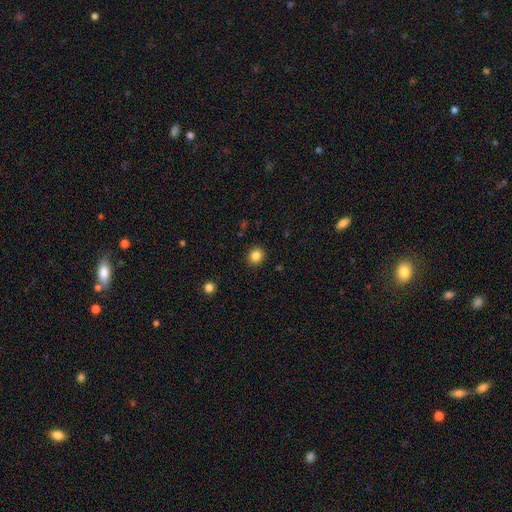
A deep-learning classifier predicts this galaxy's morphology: Smooth or featured?
  - smooth: 84% *
  - star or artifact: 11%
  - featured or disk: 5%
How rounded?
  - round: 86% *
  - in between: 13%
  - cigar-shaped: 1%
Merging?
  - none: 91% *
  - minor disturbance: 6%
  - major disturbance: 2%
  - merger: 1%